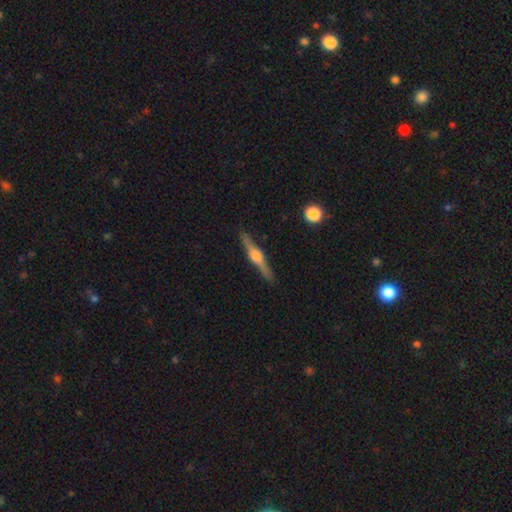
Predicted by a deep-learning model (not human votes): Morphology: type=featured or disk (78%); edge-on=yes (98%); edge-on bulge=rounded (90%); merging=none (91%).